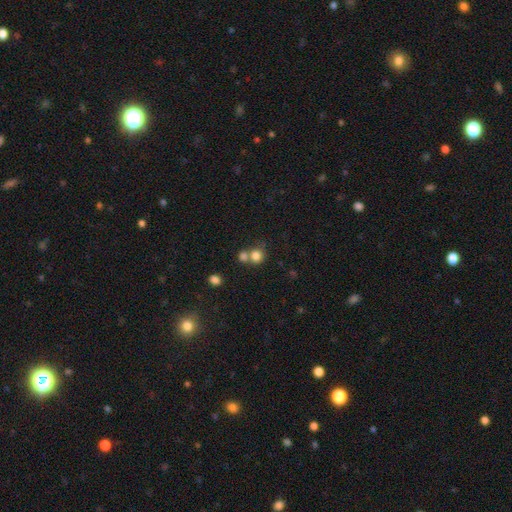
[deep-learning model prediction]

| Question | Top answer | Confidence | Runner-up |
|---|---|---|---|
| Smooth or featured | smooth | 80% | star or artifact (11%) |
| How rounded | round | 81% | in between (18%) |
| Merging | merger | 44% | tied: none (44%) |